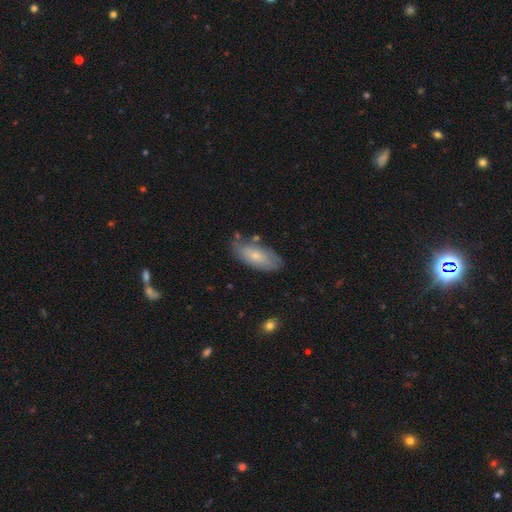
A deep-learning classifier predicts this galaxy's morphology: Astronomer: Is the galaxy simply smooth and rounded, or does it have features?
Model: smooth — 63%.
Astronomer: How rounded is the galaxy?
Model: in between — 84%.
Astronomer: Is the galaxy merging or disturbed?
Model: none — 69%.